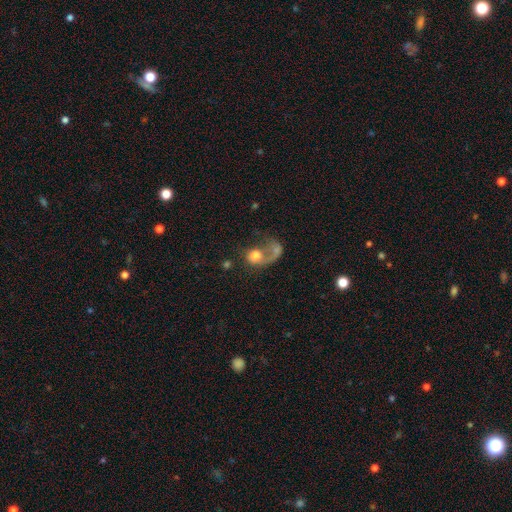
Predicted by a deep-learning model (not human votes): The model was most divided on "merging": major disturbance: 39%, merger: 32%, none: 19%, minor disturbance: 10%. More confident: how rounded — round (57%); smooth or featured — smooth (51%).